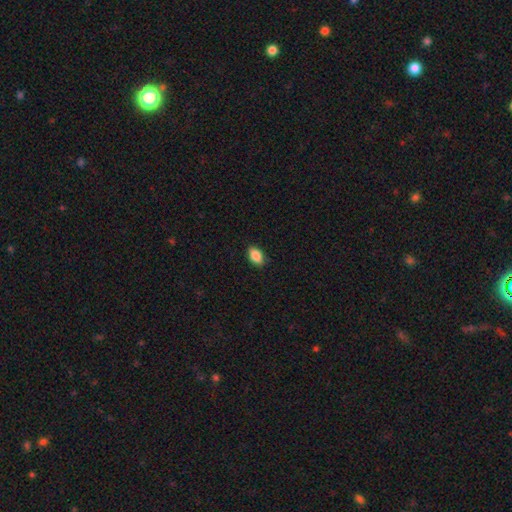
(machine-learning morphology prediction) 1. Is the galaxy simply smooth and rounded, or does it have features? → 87% smooth, 8% star or artifact, 5% featured or disk.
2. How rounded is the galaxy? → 90% in between, 8% round, 2% cigar-shaped.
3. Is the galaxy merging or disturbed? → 88% none, 9% minor disturbance, 2% major disturbance, 1% merger.